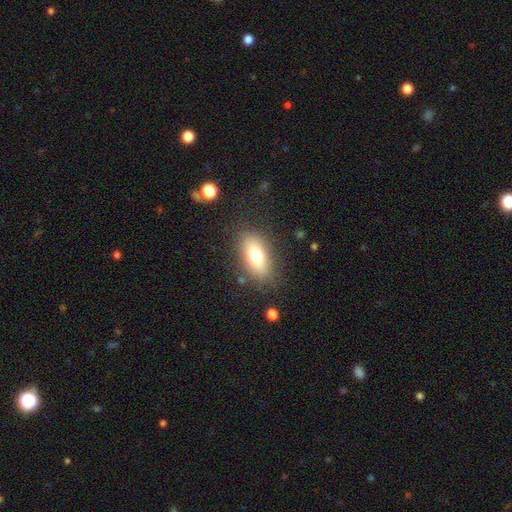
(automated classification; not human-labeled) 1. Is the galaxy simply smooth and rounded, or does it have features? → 75% smooth, 16% featured or disk, 8% star or artifact.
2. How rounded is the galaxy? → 86% in between, 8% cigar-shaped, 6% round.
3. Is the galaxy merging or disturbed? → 81% none, 12% minor disturbance, 5% major disturbance, 2% merger.